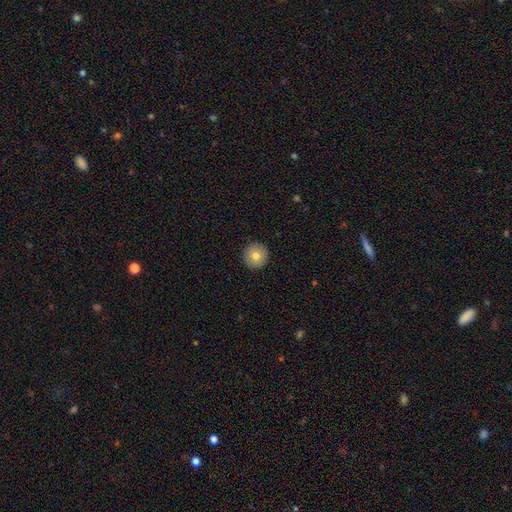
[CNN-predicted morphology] Smooth or featured? Predicted: smooth (p=0.77). How rounded? Predicted: round (p=0.96). Merging? Predicted: none (p=0.92).